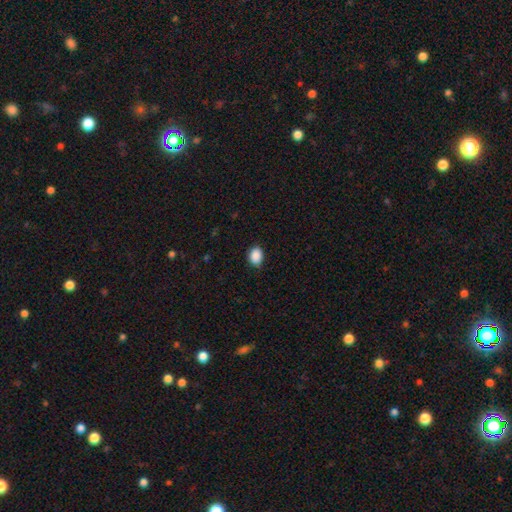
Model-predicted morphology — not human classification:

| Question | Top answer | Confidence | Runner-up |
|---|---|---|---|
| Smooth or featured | smooth | 89% | star or artifact (8%) |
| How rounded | in between | 65% | round (34%) |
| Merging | none | 81% | minor disturbance (16%) |